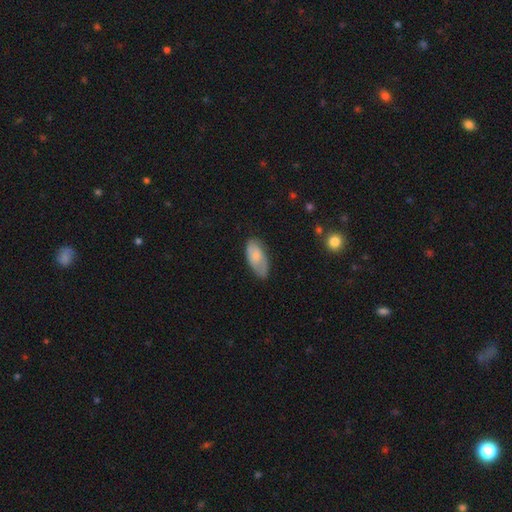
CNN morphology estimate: This is likely a smooth galaxy (65%). How rounded: clearly in between (91%). Merging: likely none (67%).